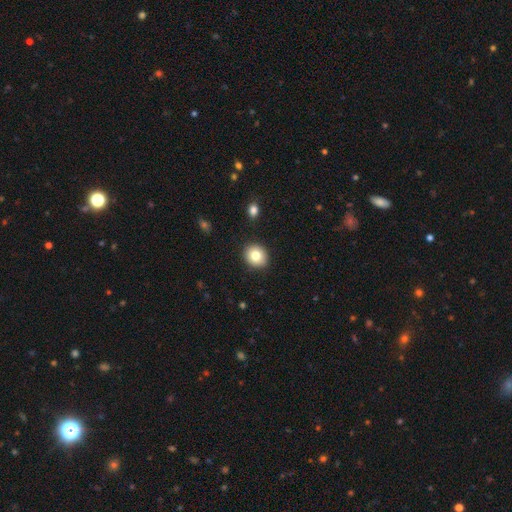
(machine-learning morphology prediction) A smooth galaxy with no disk features (81%) that is round (74%).

Vote fractions:
- Smooth or featured? smooth: 81% / featured or disk: 10% / star or artifact: 9%
- How rounded? round: 74% / in between: 25% / cigar-shaped: 1%
- Merging? none: 90% / minor disturbance: 7% / major disturbance: 2% / merger: 1%